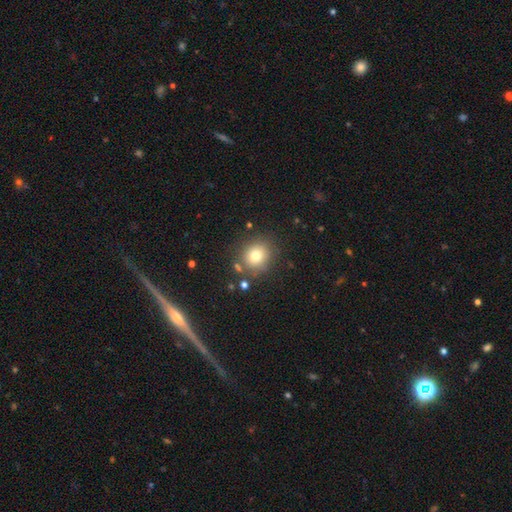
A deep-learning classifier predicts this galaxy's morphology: smooth-or-featured: smooth: 76% | star or artifact: 13% | featured or disk: 11%
  how-rounded: round: 80% | in between: 19% | cigar-shaped: 1%
  merging: none: 81% | minor disturbance: 10% | merger: 5% | major disturbance: 4%